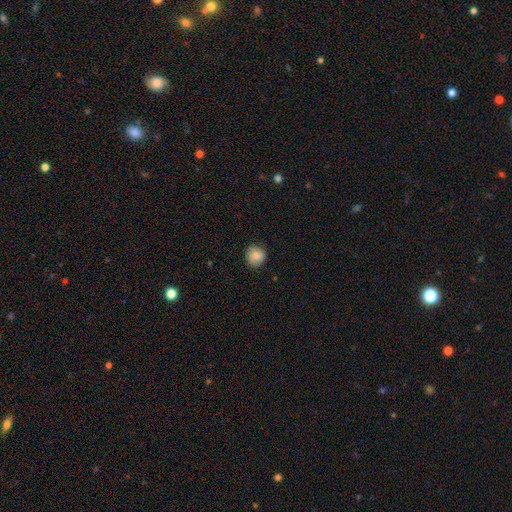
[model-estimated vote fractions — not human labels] smooth_or_featured: smooth (p=0.82) [alt: featured or disk p=0.10]
how_rounded: round (p=0.90) [alt: in between p=0.09]
merging: none (p=0.85) [alt: minor disturbance p=0.11]